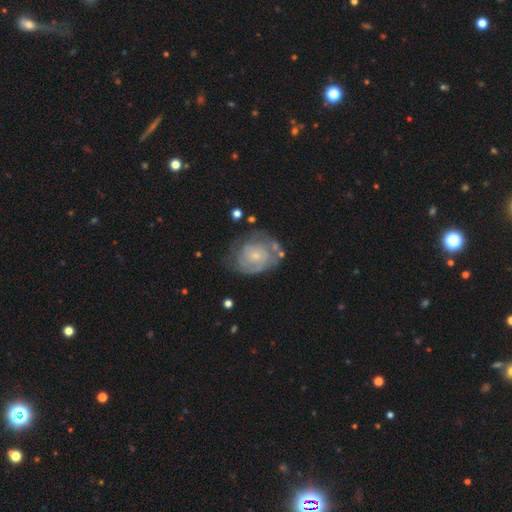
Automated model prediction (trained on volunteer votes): Smooth or featured: featured or disk — 70% (smooth — 23%)
Edge-on disk: no — 97% (yes — 3%)
Bar: no — 79% (weak — 18%)
Spiral arms: yes — 79% (no — 21%)
Spiral winding: tight — 66% (medium — 25%)
Spiral arm count: can't tell — 49% (2 — 25%)
Bulge size: small — 77% (moderate — 16%)
Merging: none — 58% (minor disturbance — 24%)